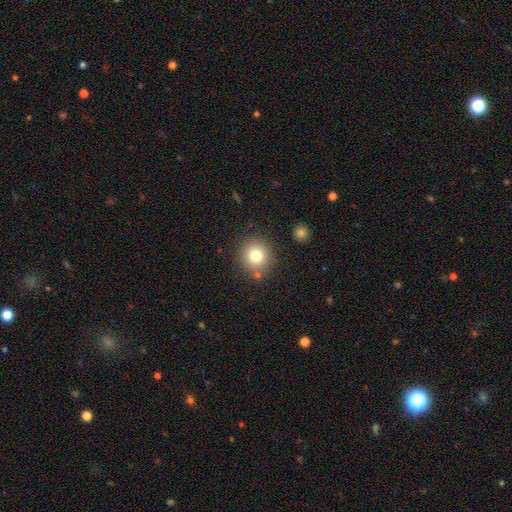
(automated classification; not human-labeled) smooth-or-featured: smooth: 78% | star or artifact: 12% | featured or disk: 10%
  how-rounded: round: 90% | in between: 9% | cigar-shaped: 1%
  merging: none: 83% | minor disturbance: 8% | merger: 6% | major disturbance: 3%